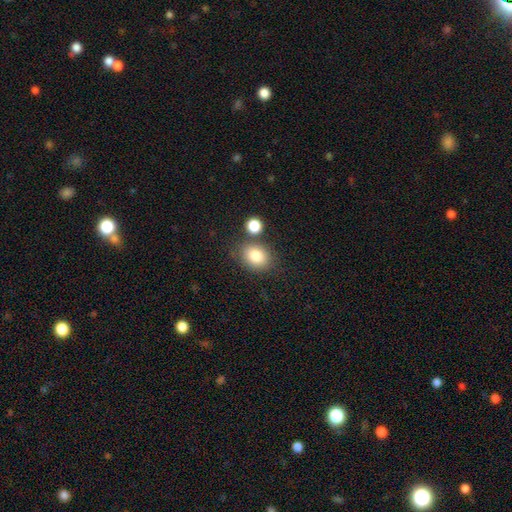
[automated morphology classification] A smooth galaxy with no disk features (83%) that is in between round and cigar-shaped (53%). Merging: none (71%).